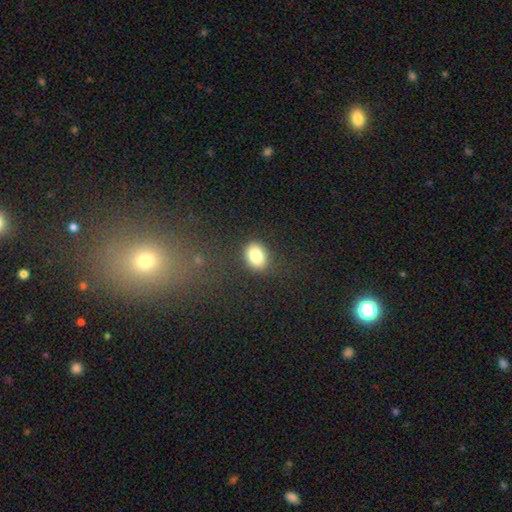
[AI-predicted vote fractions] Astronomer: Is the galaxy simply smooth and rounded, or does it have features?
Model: smooth — 83%.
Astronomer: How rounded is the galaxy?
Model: in between — 62% (runner-up: round, 37%).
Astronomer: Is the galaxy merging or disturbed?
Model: none — 83%.